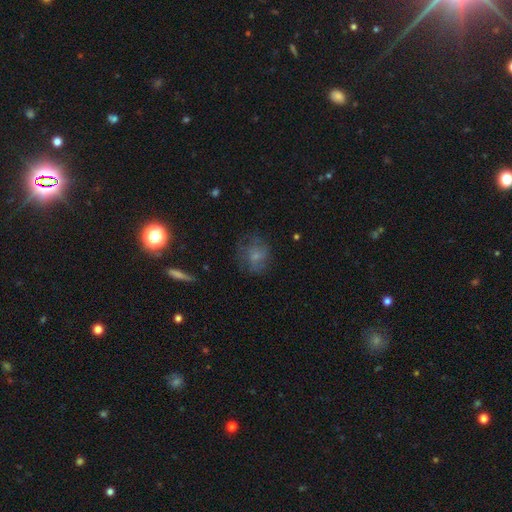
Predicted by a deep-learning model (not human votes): smooth_or_featured: smooth (p=0.55) [alt: featured or disk p=0.33]
how_rounded: round (p=0.62) [alt: in between p=0.37]
merging: none (p=0.57) [alt: minor disturbance p=0.23]